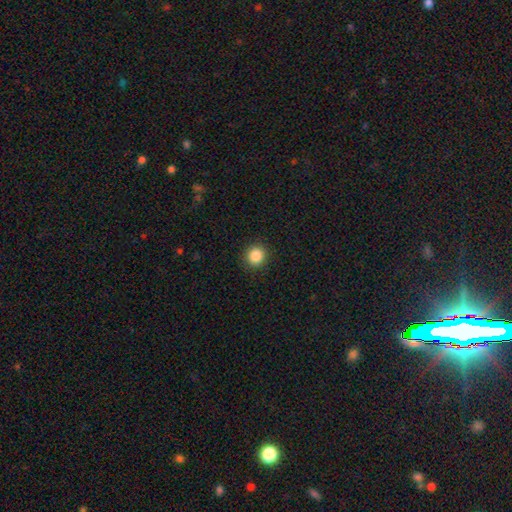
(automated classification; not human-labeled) Q: Smooth or featured?
A: smooth (86%); runner-up: star or artifact (11%)
Q: How rounded?
A: round (90%); runner-up: in between (9%)
Q: Merging?
A: none (91%); runner-up: minor disturbance (6%)